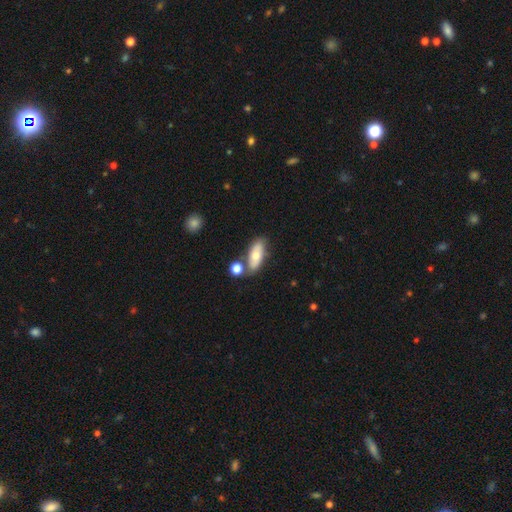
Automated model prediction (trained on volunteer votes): Q: Smooth or featured?
A: smooth (64%); runner-up: featured or disk (29%)
Q: How rounded?
A: in between (78%); runner-up: cigar-shaped (17%)
Q: Merging?
A: none (65%); runner-up: merger (17%)